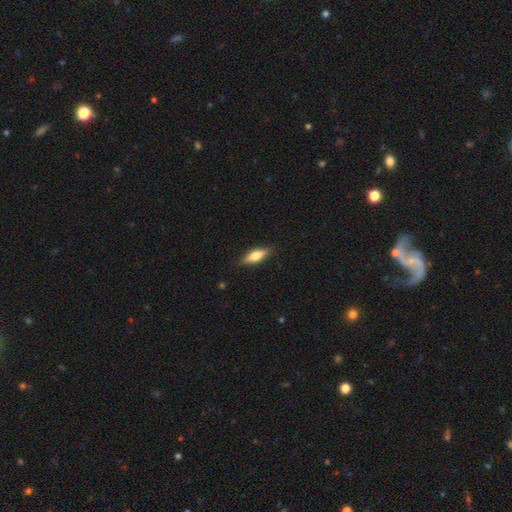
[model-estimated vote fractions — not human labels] The model was most divided on "how rounded": in between: 53%, cigar-shaped: 44%, round: 3%. More confident: merging — none (86%); smooth or featured — smooth (64%).